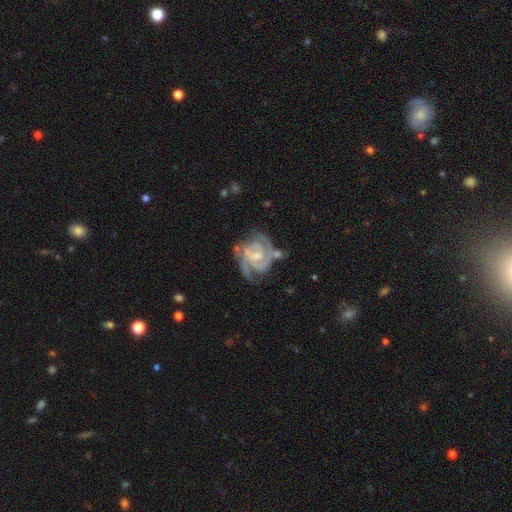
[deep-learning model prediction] A featured or disk galaxy (89%) with a weak bar (52%), 2 (44%) tight (57%) spiral arms (97%) and a small central bulge (52%). Merging: none (55%).